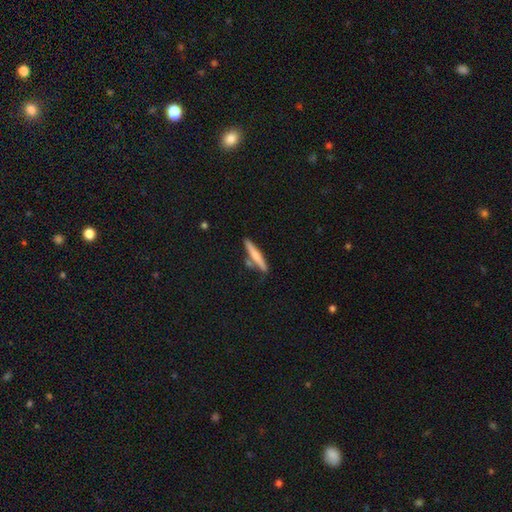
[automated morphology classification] type=smooth (60%); roundness=cigar-shaped (92%); merging=none (74%).